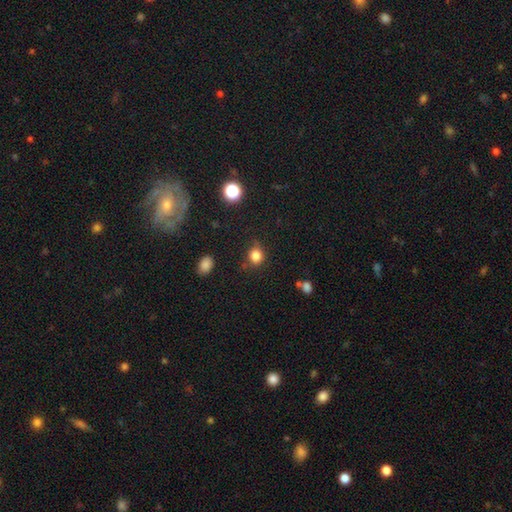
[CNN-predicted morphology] Smooth or featured? smooth (82%)
How rounded? round (76%)
Merging? none (74%)